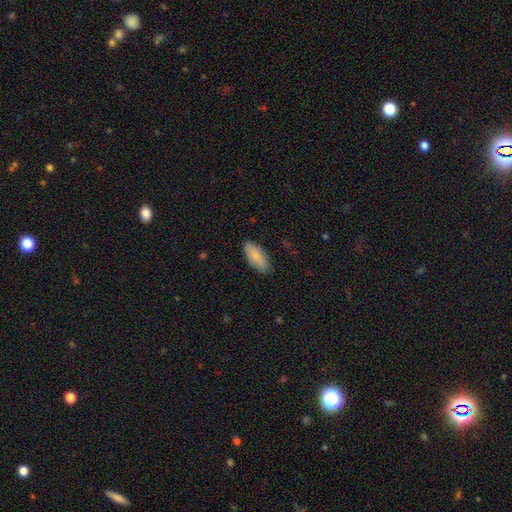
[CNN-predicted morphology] The model was most divided on "how rounded": in between: 83%, cigar-shaped: 16%, round: 2%. More confident: smooth or featured — smooth (85%); merging — none (84%).